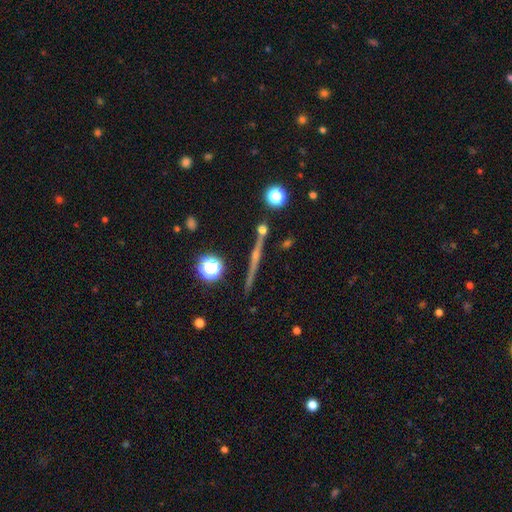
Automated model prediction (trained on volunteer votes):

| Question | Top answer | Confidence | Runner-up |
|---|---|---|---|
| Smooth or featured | featured or disk | 71% | smooth (17%) |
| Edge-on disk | yes | 97% | no (3%) |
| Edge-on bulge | rounded | 66% | none (27%) |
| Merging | none | 87% | minor disturbance (7%) |